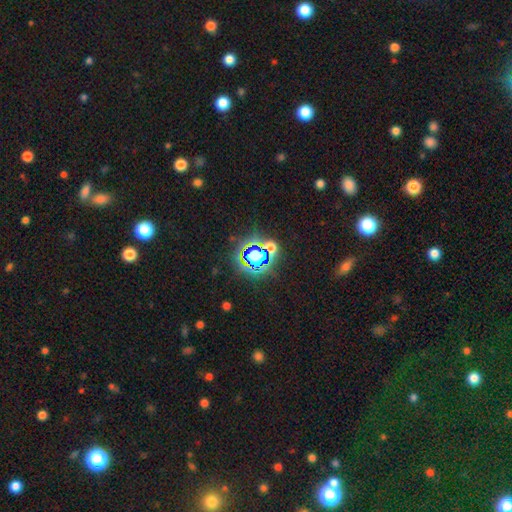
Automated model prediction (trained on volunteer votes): Q: Smooth or featured?
A: star or artifact (65%); runner-up: smooth (23%)